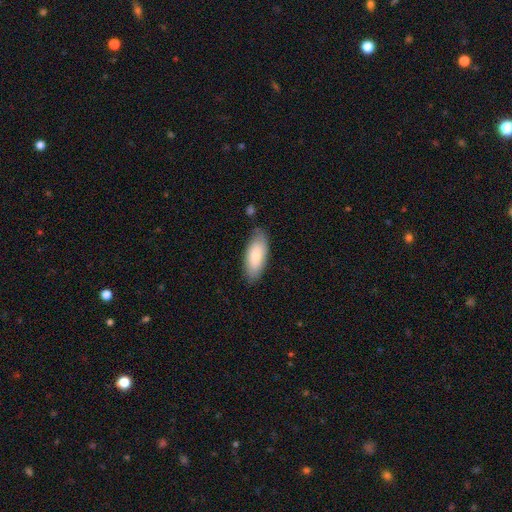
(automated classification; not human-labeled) Smooth or featured?
  - smooth: 81% *
  - featured or disk: 13%
  - star or artifact: 6%
How rounded?
  - in between: 82% *
  - cigar-shaped: 16%
  - round: 2%
Merging?
  - none: 77% *
  - minor disturbance: 17%
  - major disturbance: 3%
  - merger: 2%